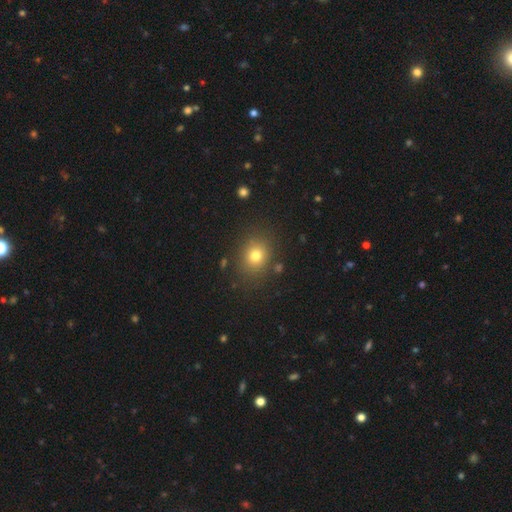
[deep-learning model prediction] Overall: smooth (76%). How rounded: round (64%; in between 35%). Merging: none (84%).